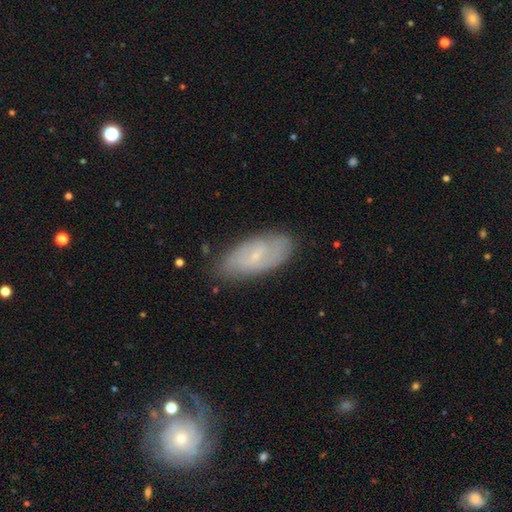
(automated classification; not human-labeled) featured or disk 54%, smooth 38%, star or artifact 8%. Down the decision tree: edge-on disk — no (89%); merging — none (78%).